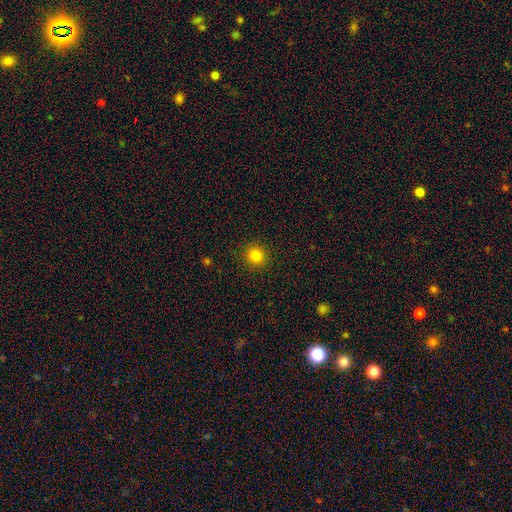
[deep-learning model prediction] The model was most divided on "smooth or featured": smooth: 83%, star or artifact: 12%, featured or disk: 5%. More confident: merging — none (91%); how rounded — round (90%).